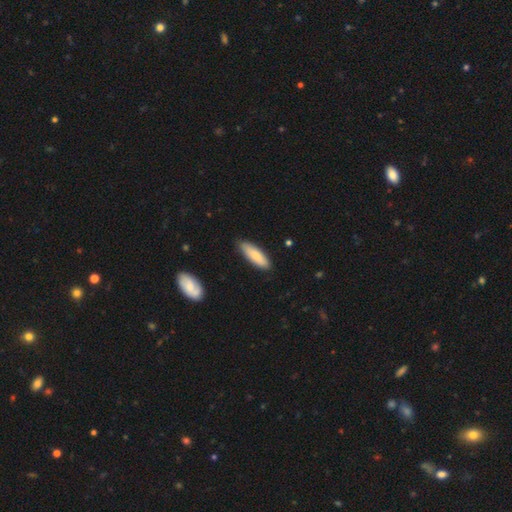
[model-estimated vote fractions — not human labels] Overall: smooth (81%). How rounded: cigar-shaped (53%; in between 45%). Merging: none (84%).